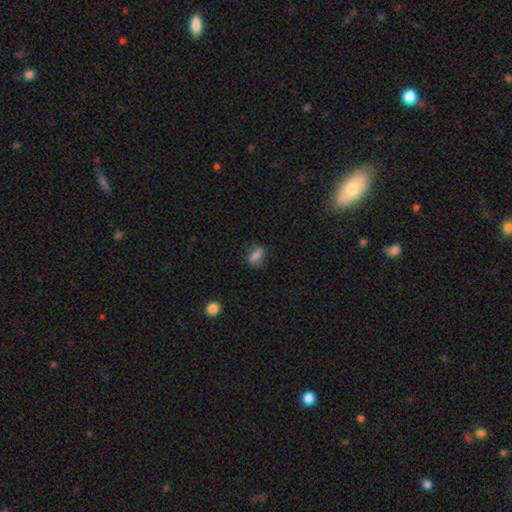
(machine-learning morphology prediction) This appears to be a smooth galaxy with no disk features (77%) that is in between round and cigar-shaped (69%). Merging: none (80%).